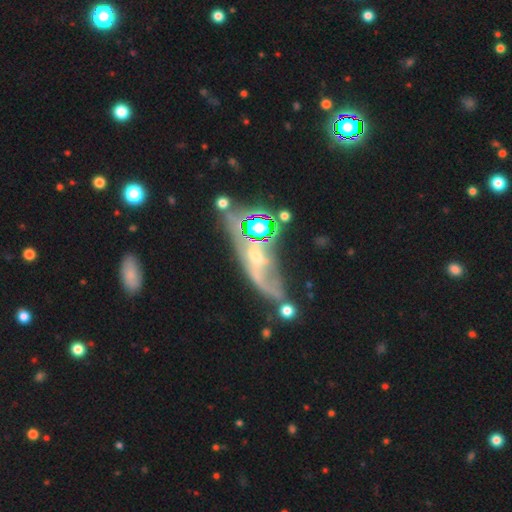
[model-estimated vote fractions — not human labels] This is likely a featured or disk galaxy (64%). It is likely not viewed edge-on (78%). Merging: marginally none (36%).